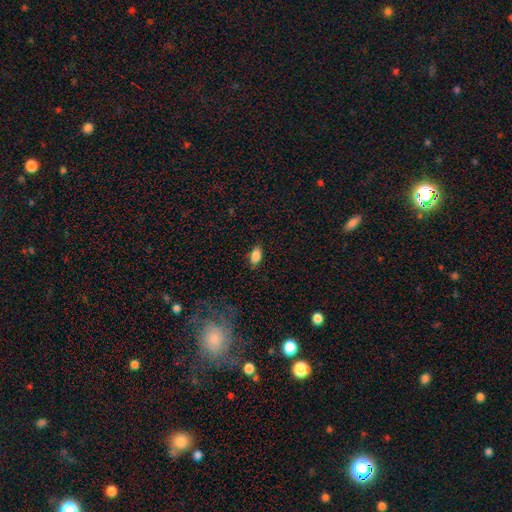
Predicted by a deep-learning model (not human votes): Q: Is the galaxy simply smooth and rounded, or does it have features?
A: smooth — 85%.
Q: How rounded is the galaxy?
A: in between — 91%.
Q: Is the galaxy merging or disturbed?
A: none — 85%.